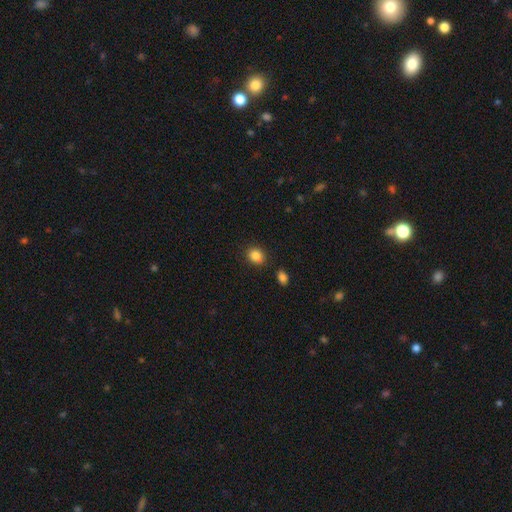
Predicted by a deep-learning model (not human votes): Morphology: type=smooth (87%); roundness=round (54%); merging=none (84%).